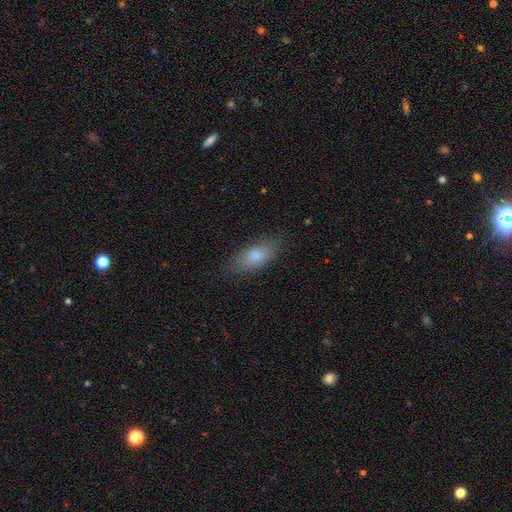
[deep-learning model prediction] Smooth or featured? Predicted: smooth (p=0.80). How rounded? Predicted: in between (p=0.80). Merging? Predicted: none (p=0.81).